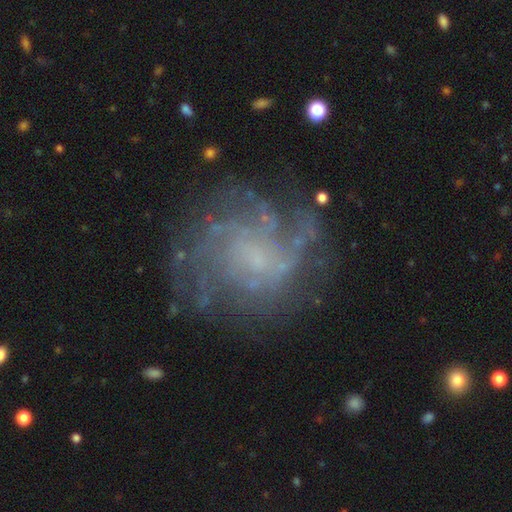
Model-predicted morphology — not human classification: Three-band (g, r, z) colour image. It shows a featured or disk galaxy (79%) with no bar (65%), tight (43%) spiral arms (89%) and a small central bulge (42%). Merging: none (69%).